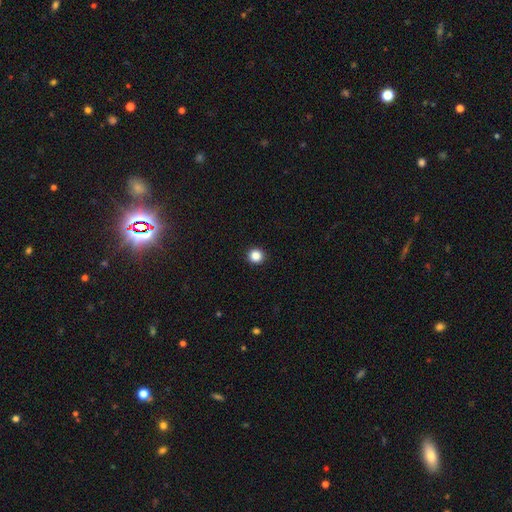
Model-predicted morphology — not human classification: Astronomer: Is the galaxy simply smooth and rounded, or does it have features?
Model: smooth — 86%.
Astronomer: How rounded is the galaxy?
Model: round — 94%.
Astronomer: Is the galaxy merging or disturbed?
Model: none — 93%.